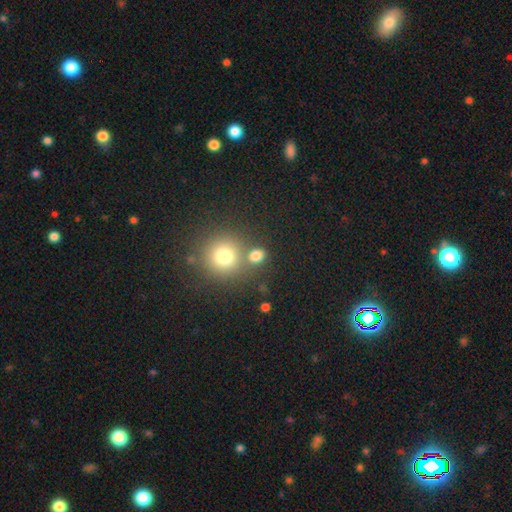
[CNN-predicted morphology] Smooth or featured? smooth (77%)
How rounded? round (70%)
Merging? none (65%)